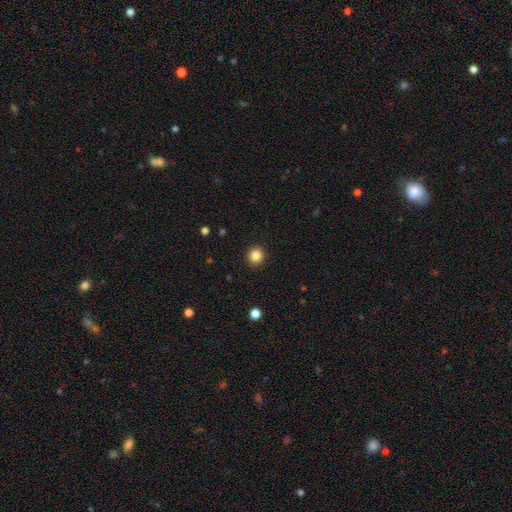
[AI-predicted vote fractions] Smooth or featured? smooth (85%)
How rounded? round (90%)
Merging? none (92%)